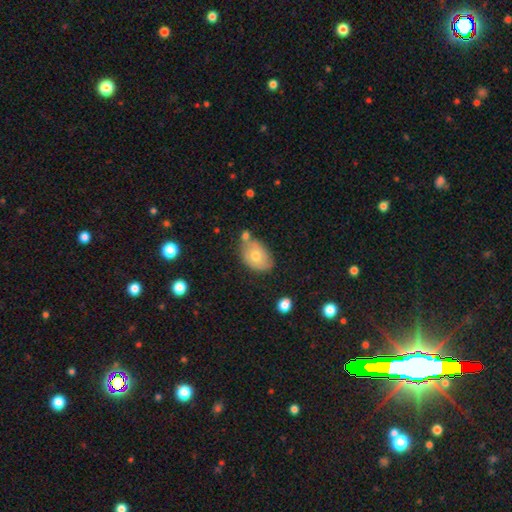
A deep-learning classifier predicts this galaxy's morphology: type=smooth (64%); roundness=in between (82%); merging=none (53%).